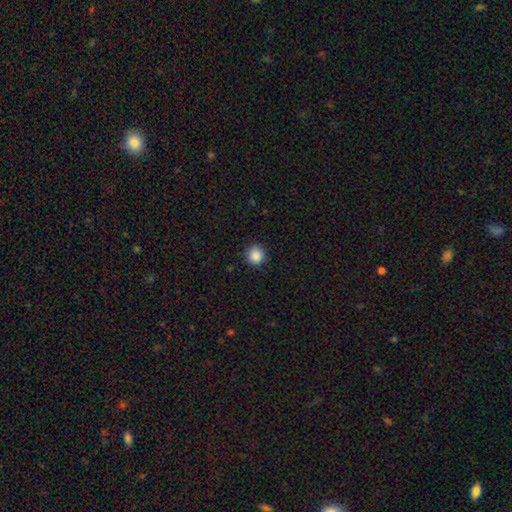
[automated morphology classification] This is clearly a smooth galaxy (88%). How rounded: clearly round (94%). Merging: clearly none (90%).